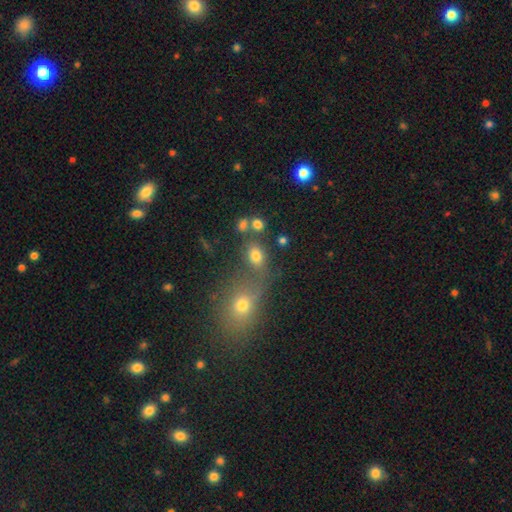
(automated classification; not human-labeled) Morphology: type=smooth (74%); roundness=in between (64%); merging=none (51%).